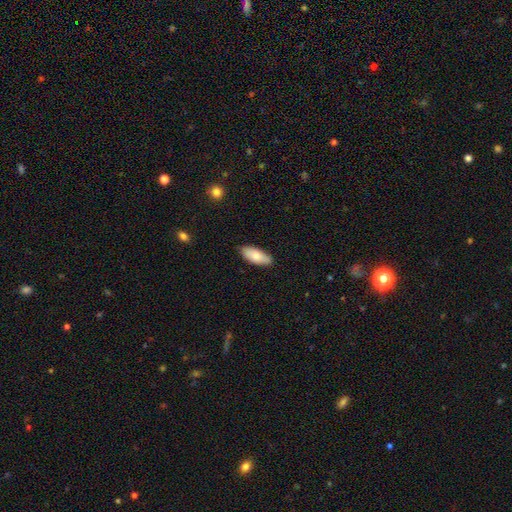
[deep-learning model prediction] This appears to be a smooth galaxy with no disk features (81%) that is in between round and cigar-shaped (82%). Merging: none (85%).